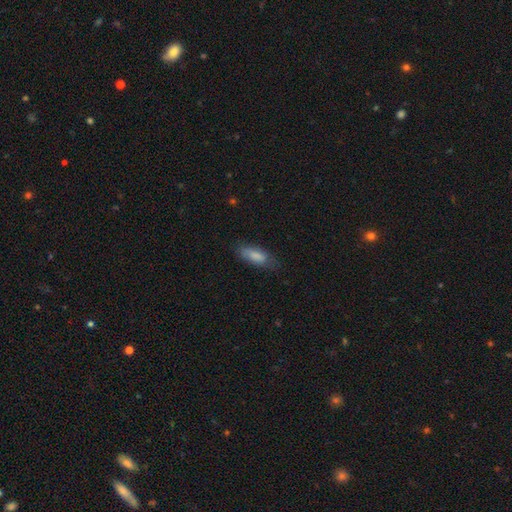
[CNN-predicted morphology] A smooth galaxy with no disk features (82%) that is in between round and cigar-shaped (69%). Merging: none (69%).